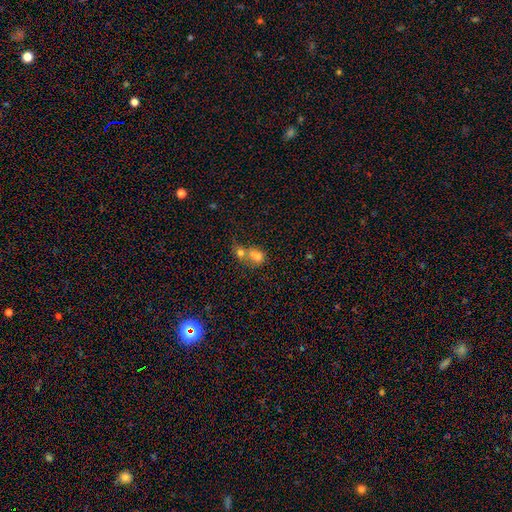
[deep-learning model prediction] smooth_or_featured: smooth (p=0.74) [alt: featured or disk p=0.13]
how_rounded: in between (p=0.59) [alt: round p=0.38]
merging: merger (p=0.67) [alt: none p=0.19]